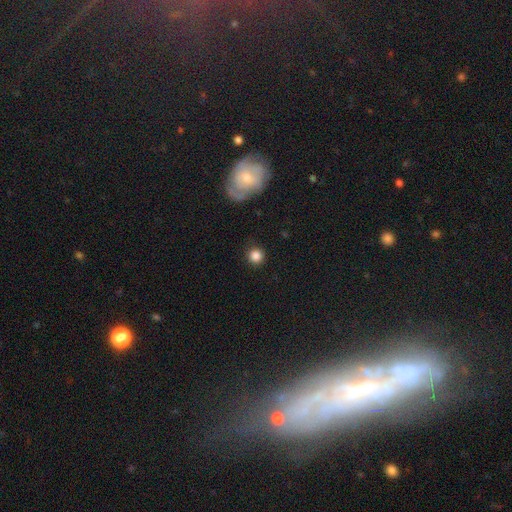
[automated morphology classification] A smooth galaxy with no disk features (85%) that is round (95%).

Vote fractions:
- Smooth or featured? smooth: 85% / star or artifact: 11% / featured or disk: 4%
- How rounded? round: 95% / in between: 4% / cigar-shaped: 1%
- Merging? none: 89% / minor disturbance: 7% / major disturbance: 2% / merger: 1%